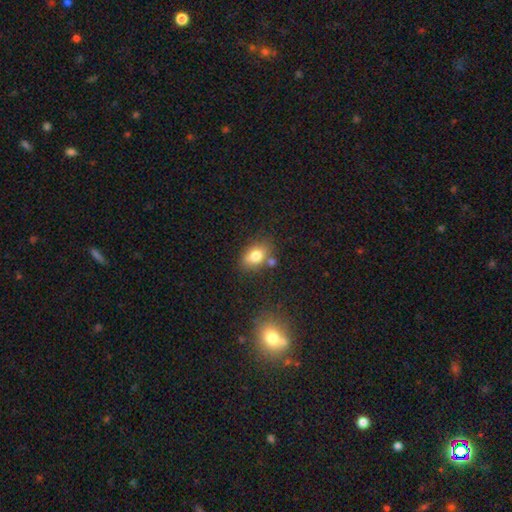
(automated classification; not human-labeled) A smooth galaxy with no disk features (78%) that is in between round and cigar-shaped (75%). Merging: none (67%).